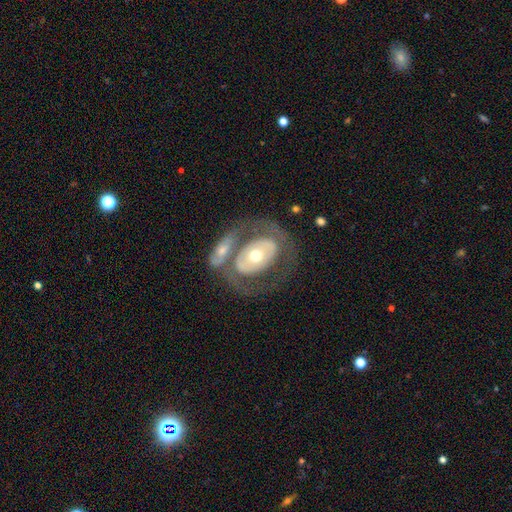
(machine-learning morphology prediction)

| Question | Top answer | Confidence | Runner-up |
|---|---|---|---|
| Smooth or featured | featured or disk | 62% | smooth (33%) |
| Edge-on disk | no | 93% | yes (7%) |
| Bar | no | 78% | weak (13%) |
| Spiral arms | no | 74% | yes (26%) |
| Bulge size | moderate | 67% | small (23%) |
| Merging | none | 48% | merger (24%) |